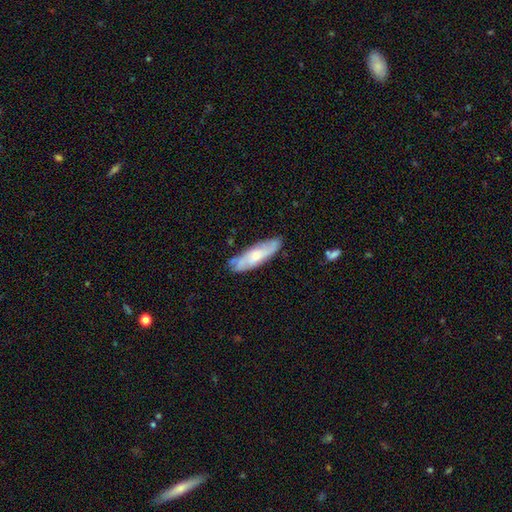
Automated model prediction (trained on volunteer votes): A featured or disk galaxy (49%). Merging: none (73%).